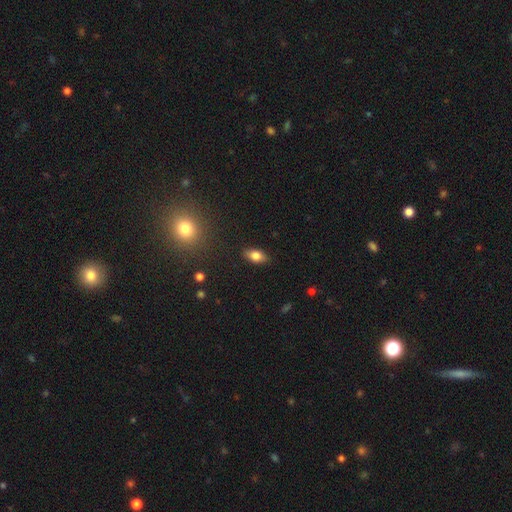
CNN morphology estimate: This appears to be a smooth galaxy with no disk features (79%) that is in between round and cigar-shaped (88%). Merging: none (87%).